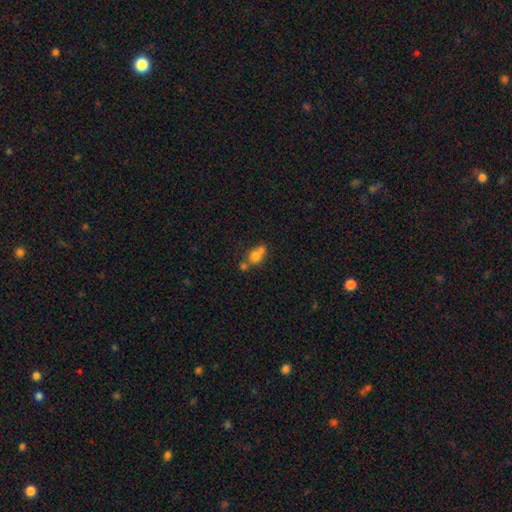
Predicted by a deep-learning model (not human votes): Smooth or featured: smooth — 70% (featured or disk — 18%)
How rounded: round — 49% (in between — 46%)
Merging: merger — 49% (none — 32%)